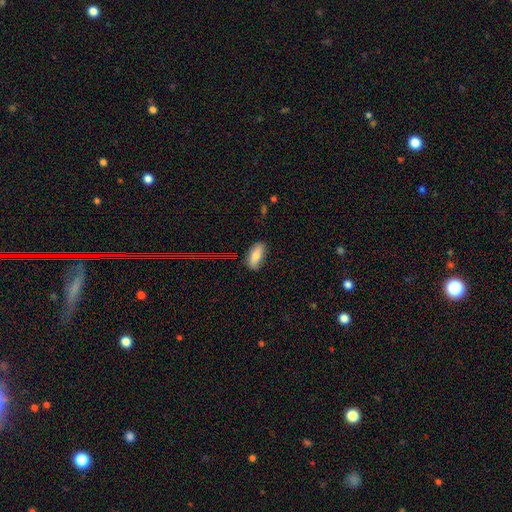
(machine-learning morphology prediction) smooth-or-featured: smooth: 75% | featured or disk: 15% | star or artifact: 10%
  how-rounded: in between: 83% | cigar-shaped: 14% | round: 3%
  merging: none: 77% | minor disturbance: 18% | major disturbance: 3% | merger: 2%